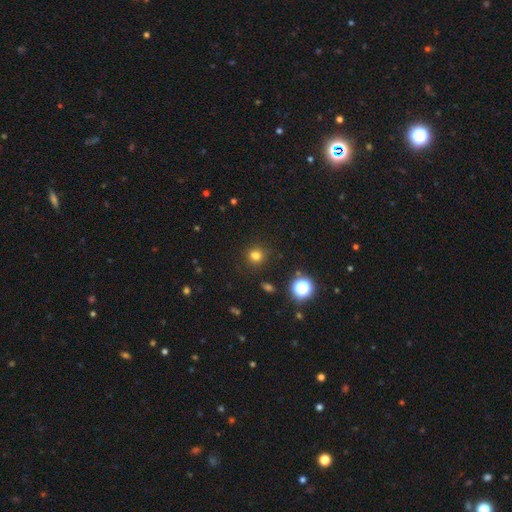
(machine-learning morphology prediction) Overall: smooth (76%). How rounded: round (86%). Merging: none (84%).